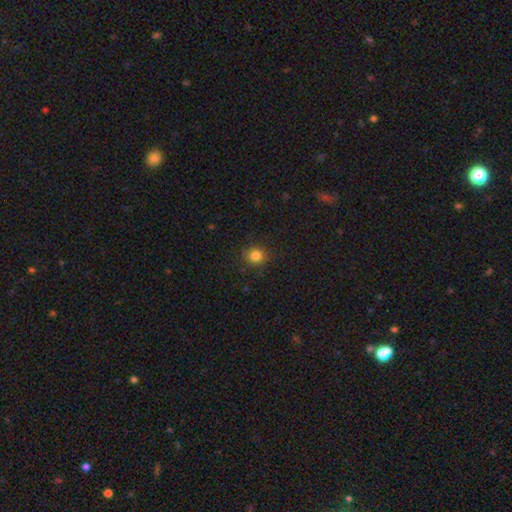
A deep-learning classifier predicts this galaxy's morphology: This appears to be a smooth galaxy with no disk features (83%) that is round (88%). Merging: none (88%).